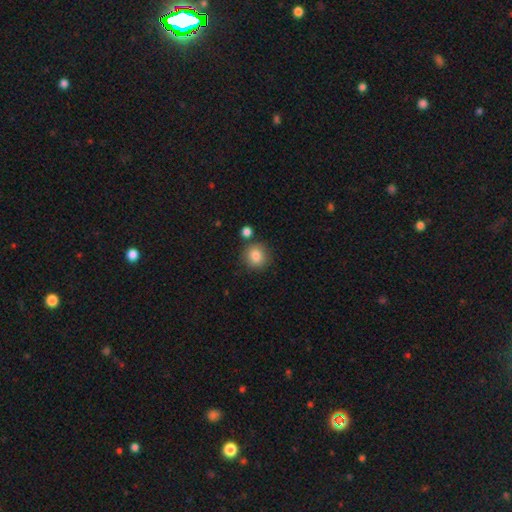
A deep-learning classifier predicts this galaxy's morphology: A smooth galaxy with no disk features (84%) that is round (90%).

Vote fractions:
- Smooth or featured? smooth: 84% / star or artifact: 10% / featured or disk: 7%
- How rounded? round: 90% / in between: 9% / cigar-shaped: 1%
- Merging? none: 80% / minor disturbance: 10% / merger: 8% / major disturbance: 3%